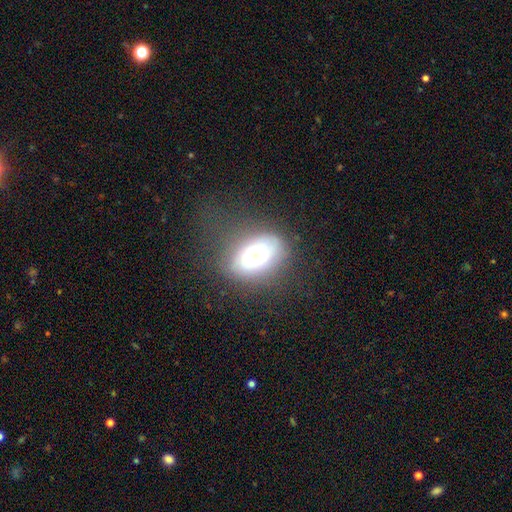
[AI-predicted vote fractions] Smooth or featured? smooth (53%)
How rounded? in between (81%)
Merging? none (58%)